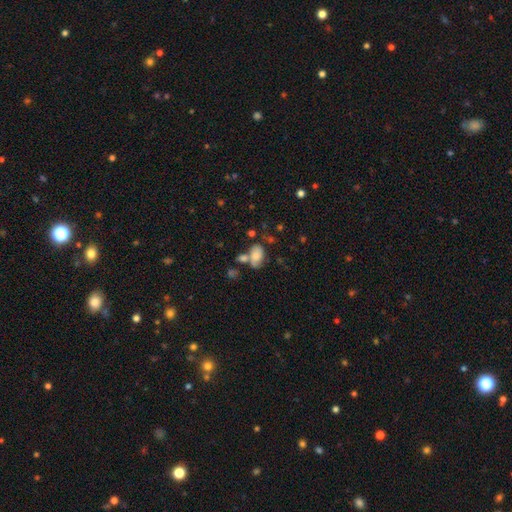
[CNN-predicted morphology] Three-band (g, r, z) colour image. It shows a smooth galaxy with no disk features (71%) that is in between round and cigar-shaped (87%). Merging: none (36%).